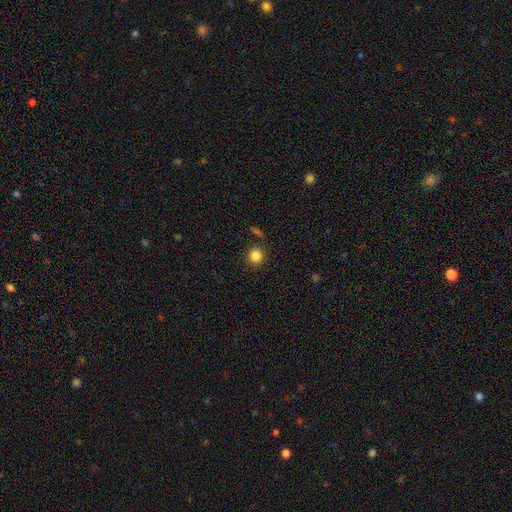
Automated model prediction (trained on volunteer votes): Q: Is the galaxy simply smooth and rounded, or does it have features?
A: smooth — 84%.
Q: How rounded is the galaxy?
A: round — 90%.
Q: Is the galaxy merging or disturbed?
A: none — 89%.